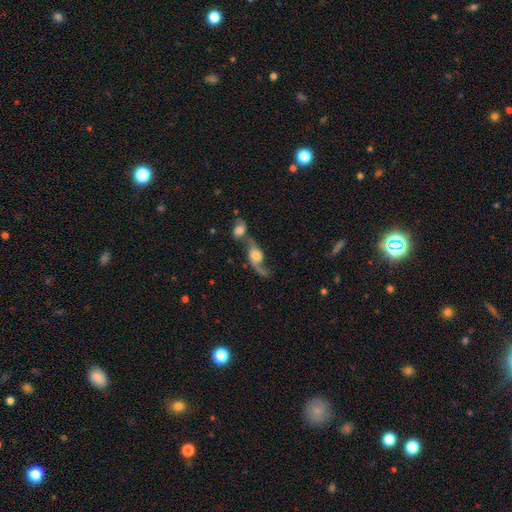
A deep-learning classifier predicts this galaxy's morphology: The model was most divided on "bulge size": moderate: 37%, large: 27%, small: 20%, none: 10%, dominant: 5%. More confident: edge-on disk — no (90%); spiral arms — yes (90%); spiral winding — loose (79%); spiral arm count — 2 (74%); smooth or featured — featured or disk (71%); bar — no (63%); merging — merger (58%).